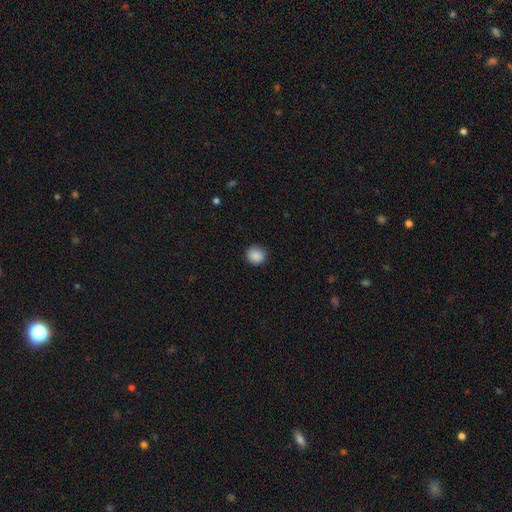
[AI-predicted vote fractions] Morphology: type=smooth (88%); roundness=round (87%); merging=none (89%).